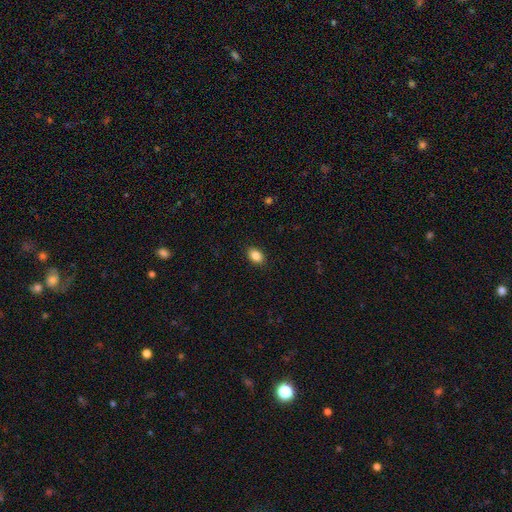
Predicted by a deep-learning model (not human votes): Smooth or featured?
  - smooth: 86% *
  - star or artifact: 9%
  - featured or disk: 5%
How rounded?
  - in between: 79% *
  - round: 20%
  - cigar-shaped: 1%
Merging?
  - none: 90% *
  - minor disturbance: 7%
  - major disturbance: 2%
  - merger: 1%